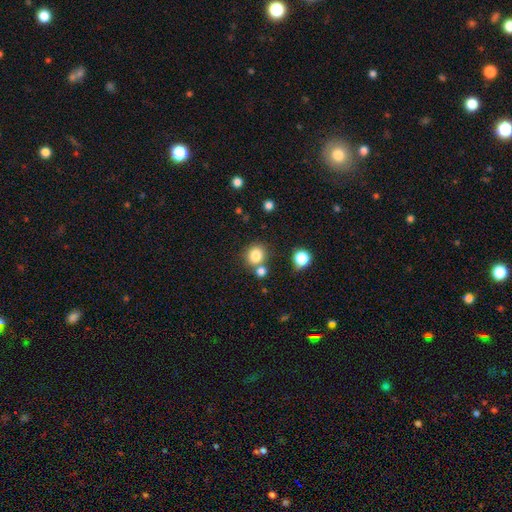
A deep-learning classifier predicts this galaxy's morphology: Smooth or featured?
  - smooth: 82% *
  - star or artifact: 11%
  - featured or disk: 6%
How rounded?
  - round: 80% *
  - in between: 19%
  - cigar-shaped: 1%
Merging?
  - none: 68% *
  - merger: 19%
  - minor disturbance: 10%
  - major disturbance: 4%